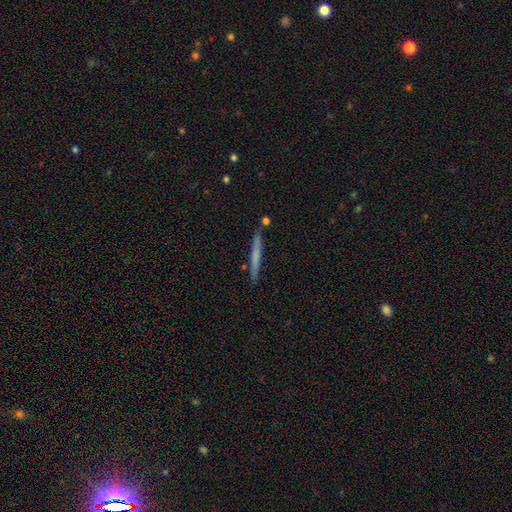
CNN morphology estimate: Smooth or featured?
  - smooth: 58% *
  - featured or disk: 36%
  - star or artifact: 6%
How rounded?
  - cigar-shaped: 97% *
  - in between: 2%
  - round: 1%
Merging?
  - none: 87% *
  - minor disturbance: 8%
  - merger: 3%
  - major disturbance: 2%